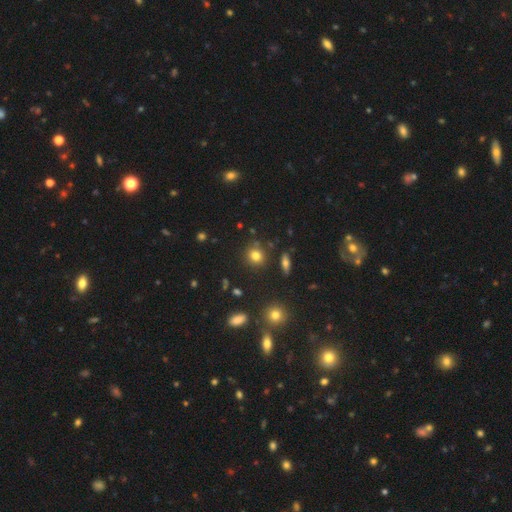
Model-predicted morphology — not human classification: Q: Smooth or featured?
A: smooth (78%); runner-up: star or artifact (13%)
Q: How rounded?
A: round (78%); runner-up: in between (20%)
Q: Merging?
A: none (82%); runner-up: minor disturbance (10%)